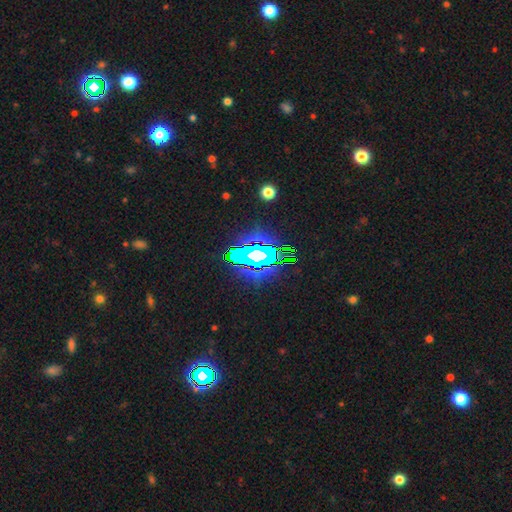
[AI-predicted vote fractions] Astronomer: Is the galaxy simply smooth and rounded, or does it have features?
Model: star or artifact — 66%.